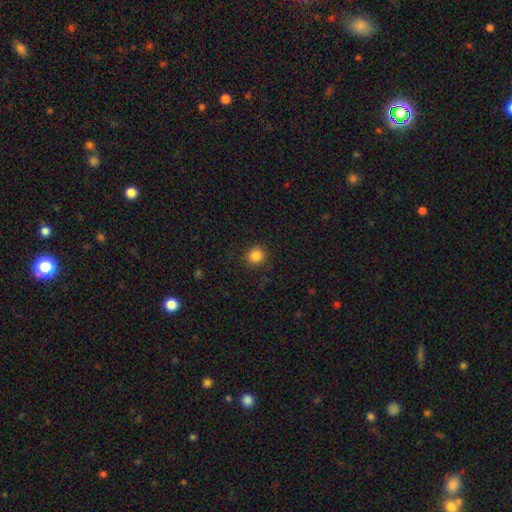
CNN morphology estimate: type=smooth (85%); roundness=round (92%); merging=none (90%).